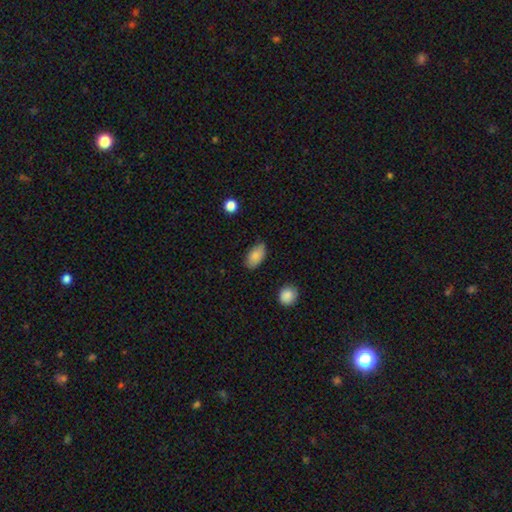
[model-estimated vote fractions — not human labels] Q: Smooth or featured?
A: smooth (86%); runner-up: star or artifact (7%)
Q: How rounded?
A: in between (93%); runner-up: round (5%)
Q: Merging?
A: none (75%); runner-up: minor disturbance (20%)